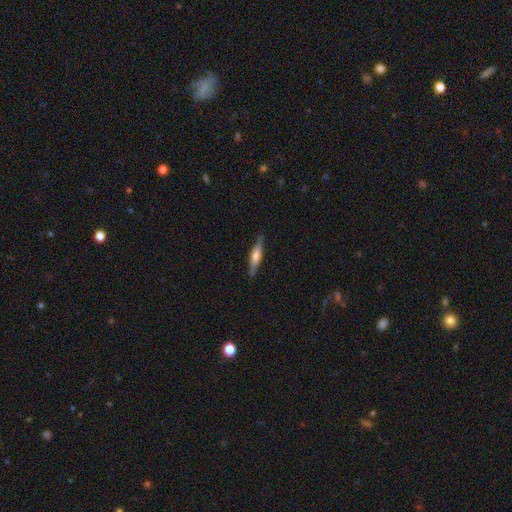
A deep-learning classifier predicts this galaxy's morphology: Smooth or featured?
  - featured or disk: 55% *
  - smooth: 39%
  - star or artifact: 6%
Edge-on disk?
  - yes: 95% *
  - no: 5%
Edge-on bulge?
  - rounded: 70% *
  - boxy: 22%
  - none: 7%
Merging?
  - none: 85% *
  - minor disturbance: 11%
  - major disturbance: 2%
  - merger: 1%